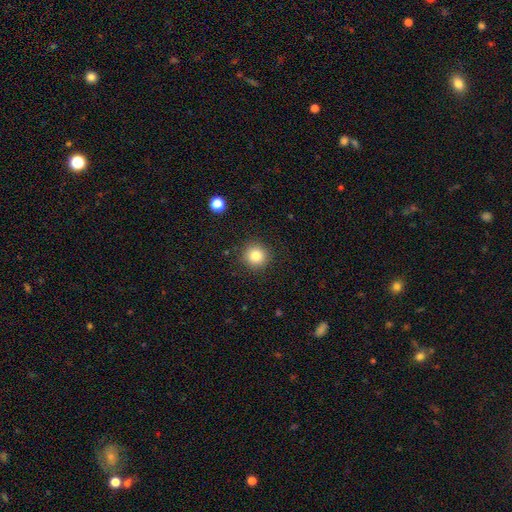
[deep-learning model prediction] Morphology: type=smooth (82%); roundness=round (94%); merging=none (90%).